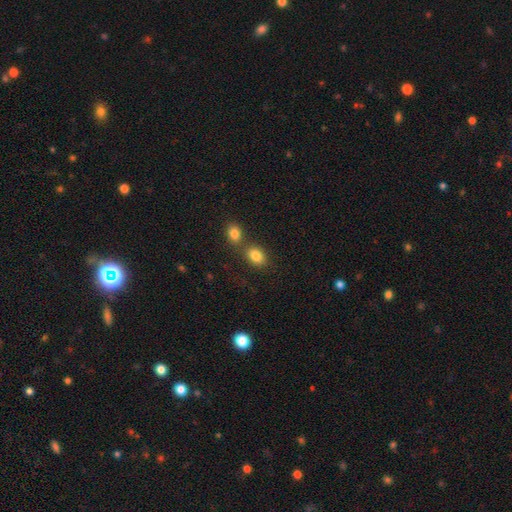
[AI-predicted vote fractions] Smooth or featured?
  - smooth: 83% *
  - star or artifact: 10%
  - featured or disk: 7%
How rounded?
  - in between: 70% *
  - round: 29%
  - cigar-shaped: 1%
Merging?
  - none: 55% *
  - merger: 32%
  - minor disturbance: 10%
  - major disturbance: 3%